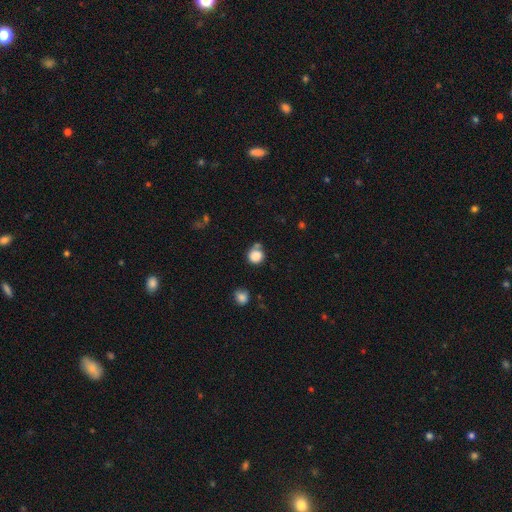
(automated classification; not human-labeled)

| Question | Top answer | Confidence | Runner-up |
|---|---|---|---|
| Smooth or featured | smooth | 84% | star or artifact (10%) |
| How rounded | round | 87% | in between (12%) |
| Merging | none | 62% | minor disturbance (17%) |